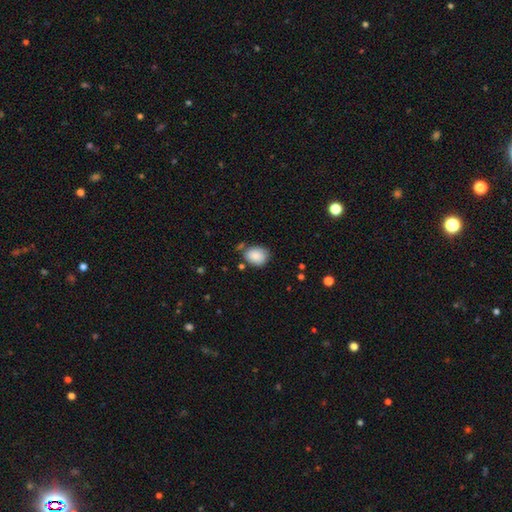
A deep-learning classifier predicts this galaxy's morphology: The model was most divided on "how rounded": in between: 54%, round: 45%, cigar-shaped: 1%. More confident: smooth or featured — smooth (87%); merging — none (67%).